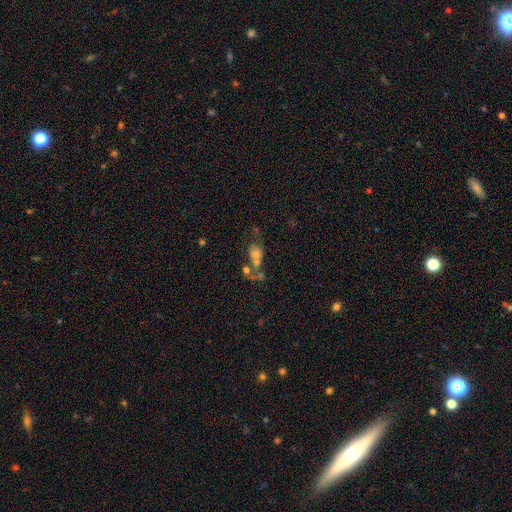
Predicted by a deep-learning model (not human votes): Q: Smooth or featured?
A: smooth (50%); runner-up: featured or disk (34%)
Q: Merging?
A: merger (54%); runner-up: none (19%)